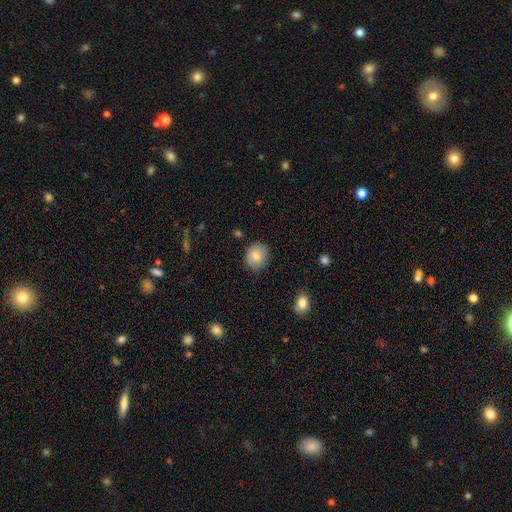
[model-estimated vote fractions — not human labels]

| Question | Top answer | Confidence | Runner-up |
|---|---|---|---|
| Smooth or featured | smooth | 76% | featured or disk (15%) |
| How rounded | round | 70% | in between (29%) |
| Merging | none | 82% | minor disturbance (14%) |